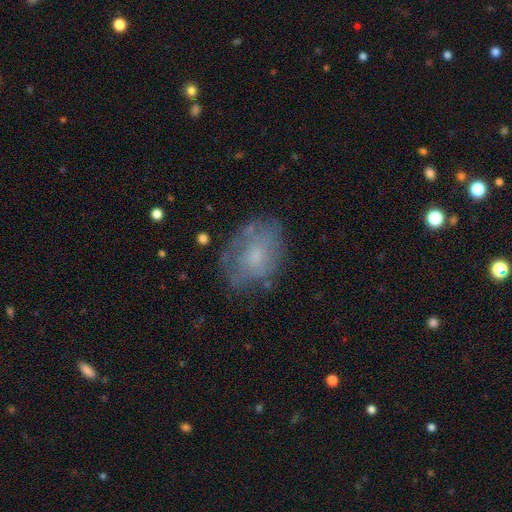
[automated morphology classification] Smooth or featured? Predicted: smooth (p=0.49). Merging? Predicted: none (p=0.64).